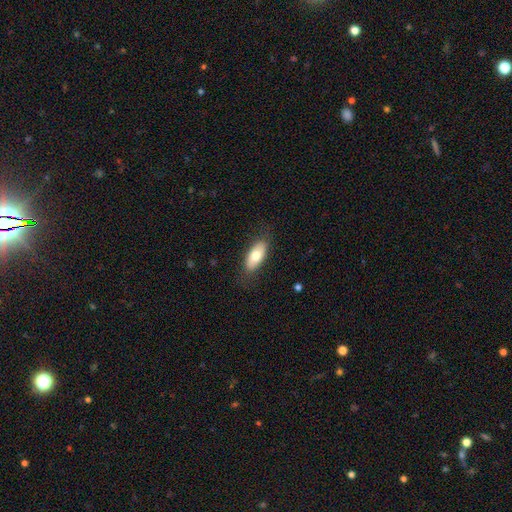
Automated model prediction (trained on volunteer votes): Q: Smooth or featured?
A: smooth (72%); runner-up: featured or disk (21%)
Q: How rounded?
A: in between (86%); runner-up: cigar-shaped (12%)
Q: Merging?
A: none (82%); runner-up: minor disturbance (14%)